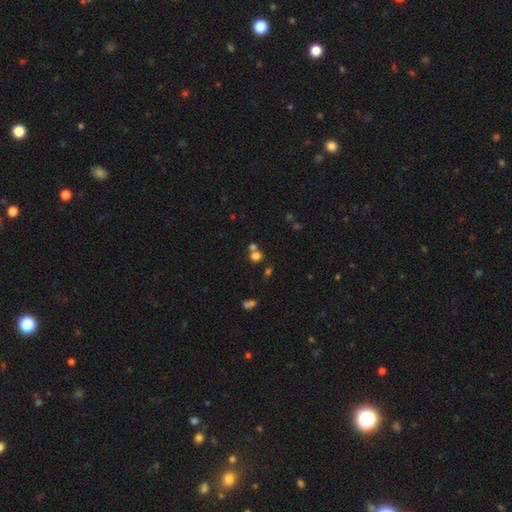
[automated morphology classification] Q: Smooth or featured?
A: smooth (72%); runner-up: star or artifact (19%)
Q: How rounded?
A: round (74%); runner-up: in between (25%)
Q: Merging?
A: none (54%); runner-up: merger (34%)